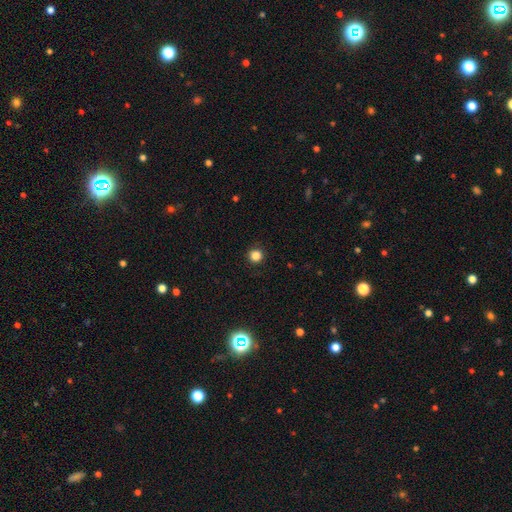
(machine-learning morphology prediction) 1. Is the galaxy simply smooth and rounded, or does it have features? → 84% smooth, 13% star or artifact, 3% featured or disk.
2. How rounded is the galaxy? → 95% round, 5% in between, 1% cigar-shaped.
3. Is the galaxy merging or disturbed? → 92% none, 6% minor disturbance, 2% major disturbance, 1% merger.